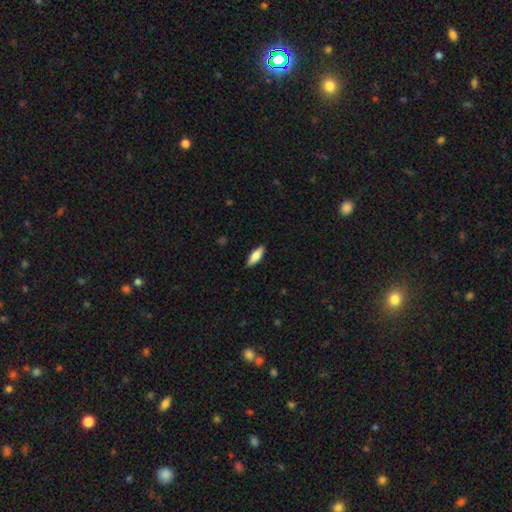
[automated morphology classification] smooth 75%, featured or disk 20%, star or artifact 6%. Down the decision tree: how rounded — in between (58%); merging — none (88%).